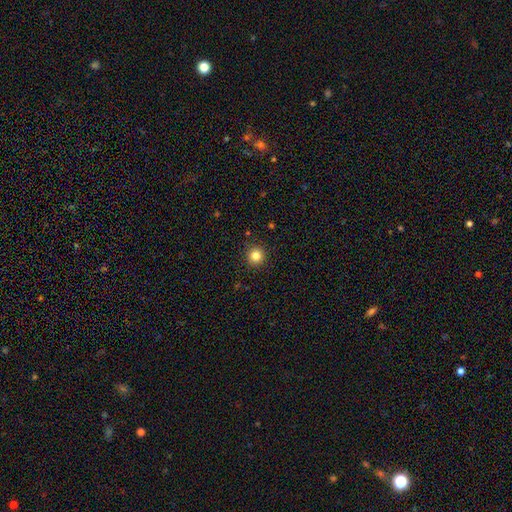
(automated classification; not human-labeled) A smooth galaxy with no disk features (83%) that is round (95%).

Vote fractions:
- Smooth or featured? smooth: 83% / star or artifact: 12% / featured or disk: 5%
- How rounded? round: 95% / in between: 4% / cigar-shaped: 1%
- Merging? none: 92% / minor disturbance: 5% / major disturbance: 2% / merger: 1%